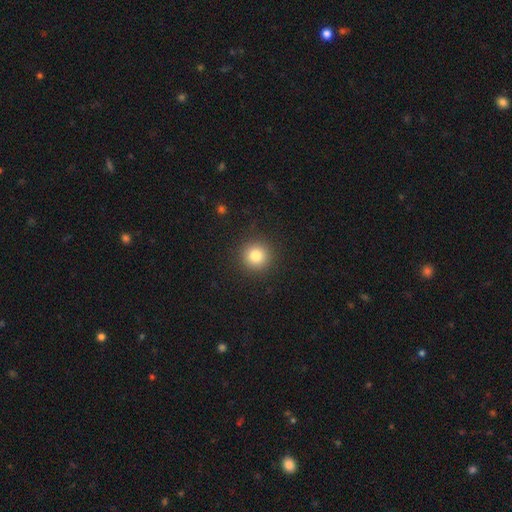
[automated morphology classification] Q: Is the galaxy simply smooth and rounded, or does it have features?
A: smooth — 81%.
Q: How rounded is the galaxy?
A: round — 94%.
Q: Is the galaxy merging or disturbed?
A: none — 91%.